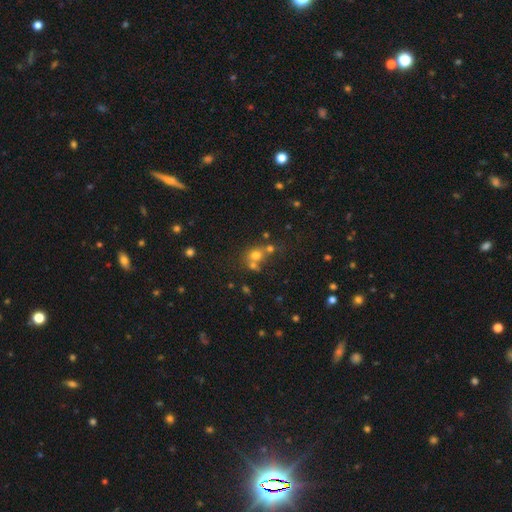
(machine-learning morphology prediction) Q: Smooth or featured?
A: smooth (65%); runner-up: star or artifact (20%)
Q: How rounded?
A: round (75%); runner-up: in between (24%)
Q: Merging?
A: none (43%); tied with: merger (43%)